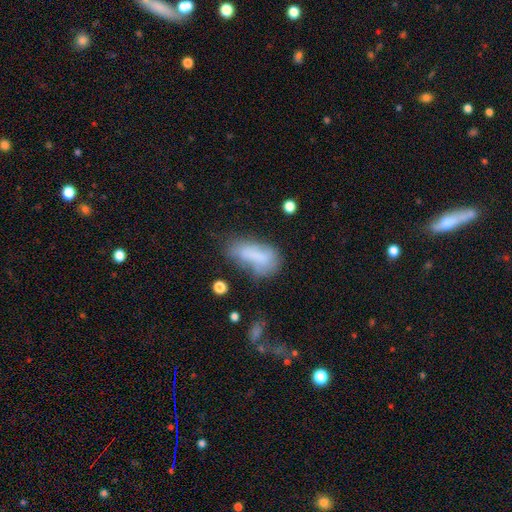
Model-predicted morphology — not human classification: smooth 69%, featured or disk 21%, star or artifact 10%. Down the decision tree: how rounded — in between (81%); merging — none (35%).